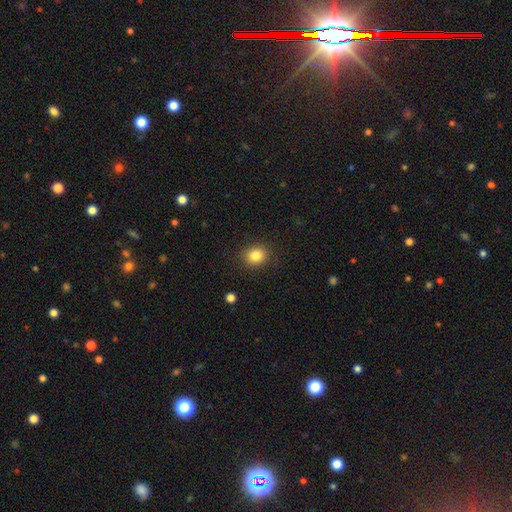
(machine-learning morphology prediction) This is clearly a smooth galaxy (84%). How rounded: likely round (74%). Merging: clearly none (88%).